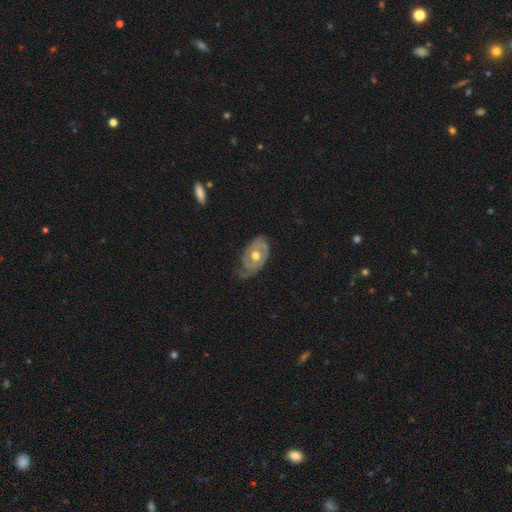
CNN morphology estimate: Smooth or featured: featured or disk — 74% (smooth — 20%)
Edge-on disk: no — 94% (yes — 6%)
Bar: no — 80% (weak — 16%)
Spiral arms: yes — 79% (no — 21%)
Spiral winding: tight — 56% (medium — 30%)
Spiral arm count: 2 — 46% (1 — 23%)
Bulge size: moderate — 80% (small — 10%)
Merging: none — 55% (minor disturbance — 30%)